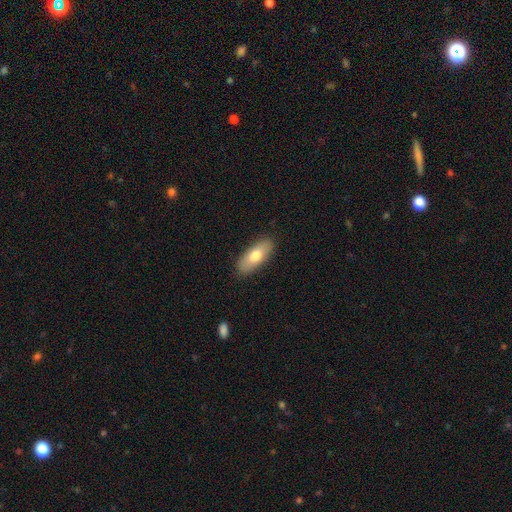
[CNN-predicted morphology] The model was most divided on "how rounded": in between: 75%, cigar-shaped: 23%, round: 3%. More confident: merging — none (88%); smooth or featured — smooth (74%).